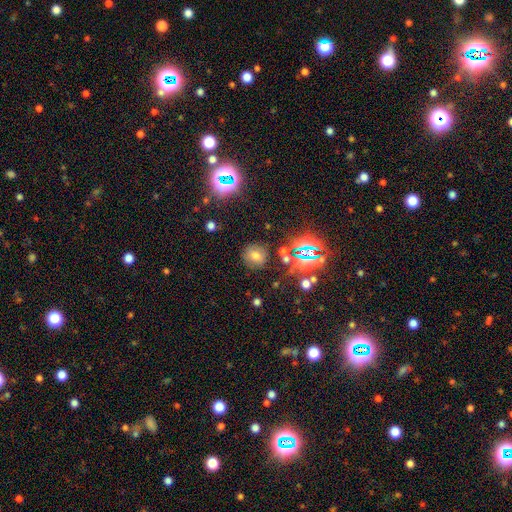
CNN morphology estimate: This appears to be a smooth galaxy with no disk features (57%) that is round (83%). Merging: none (81%).